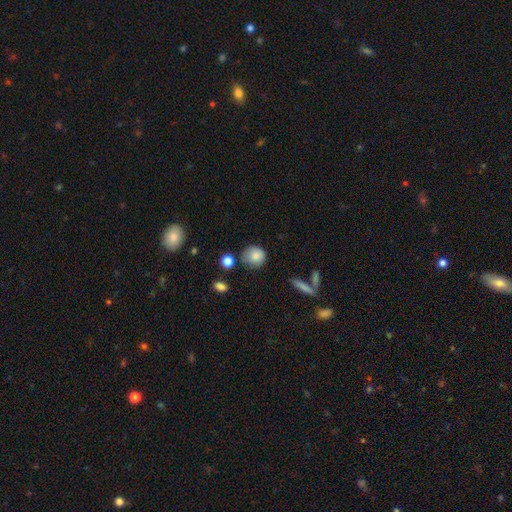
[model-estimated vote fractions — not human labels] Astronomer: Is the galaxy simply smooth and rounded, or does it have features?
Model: smooth — 83%.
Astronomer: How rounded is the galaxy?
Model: round — 85%.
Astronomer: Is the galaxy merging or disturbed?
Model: none — 69%.